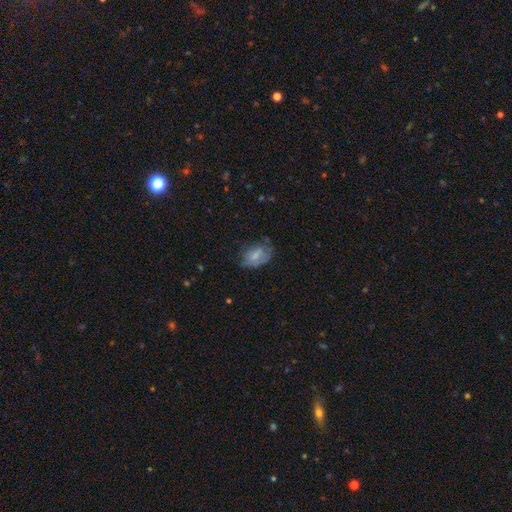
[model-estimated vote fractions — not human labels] smooth_or_featured: smooth (p=0.61) [alt: featured or disk p=0.30]
how_rounded: in between (p=0.86) [alt: round p=0.12]
merging: none (p=0.53) [alt: minor disturbance p=0.31]